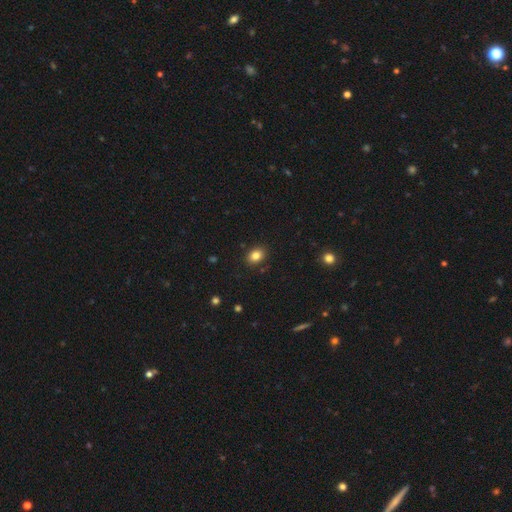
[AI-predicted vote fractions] This appears to be a smooth galaxy with no disk features (84%) that is in between round and cigar-shaped (66%). Merging: none (87%).